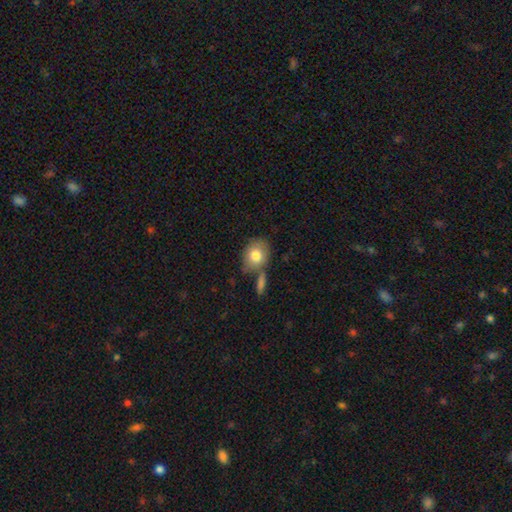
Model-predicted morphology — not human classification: type=smooth (79%); roundness=in between (57%); merging=none (55%).